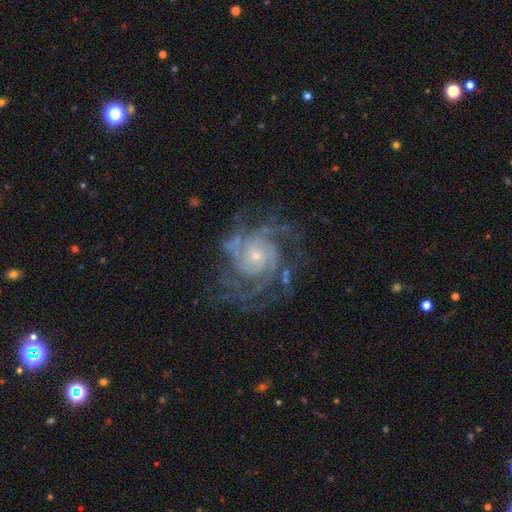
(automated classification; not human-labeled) A featured or disk galaxy (89%) with no bar (76%), 4 (25%) tight (62%) spiral arms (97%) and a small central bulge (72%). Merging: none (67%).